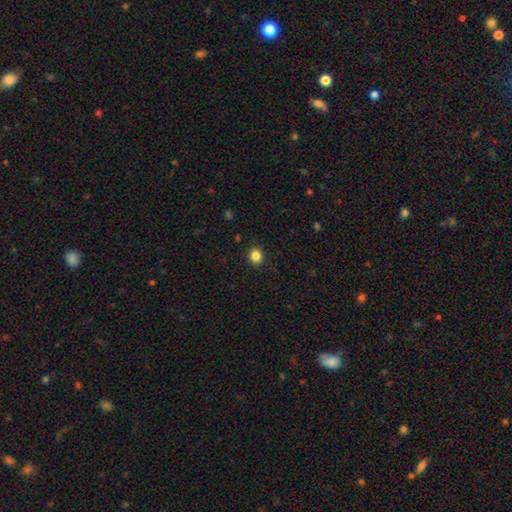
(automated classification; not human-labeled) A smooth galaxy with no disk features (85%) that is round (81%).

Vote fractions:
- Smooth or featured? smooth: 85% / star or artifact: 11% / featured or disk: 4%
- How rounded? round: 81% / in between: 18% / cigar-shaped: 1%
- Merging? none: 91% / minor disturbance: 6% / major disturbance: 2% / merger: 1%